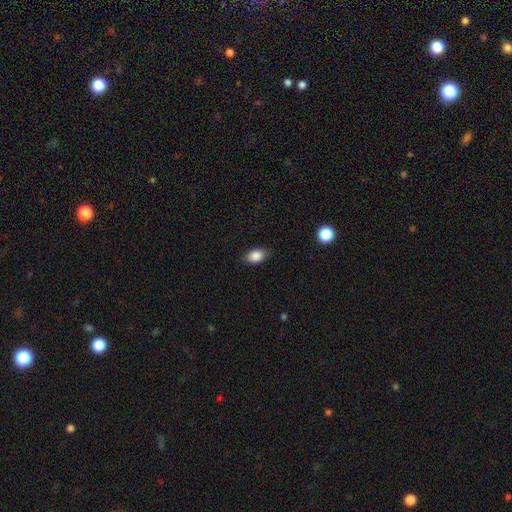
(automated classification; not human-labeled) Smooth or featured?
  - smooth: 86% *
  - star or artifact: 8%
  - featured or disk: 6%
How rounded?
  - in between: 86% *
  - round: 12%
  - cigar-shaped: 2%
Merging?
  - none: 82% *
  - minor disturbance: 14%
  - major disturbance: 3%
  - merger: 1%